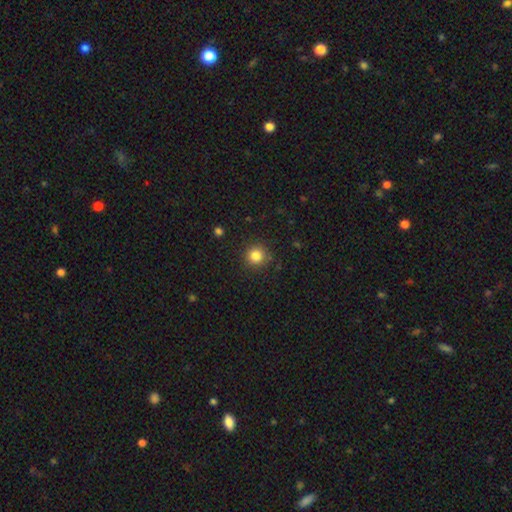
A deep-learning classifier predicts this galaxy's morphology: type=smooth (83%); roundness=round (93%); merging=none (88%).